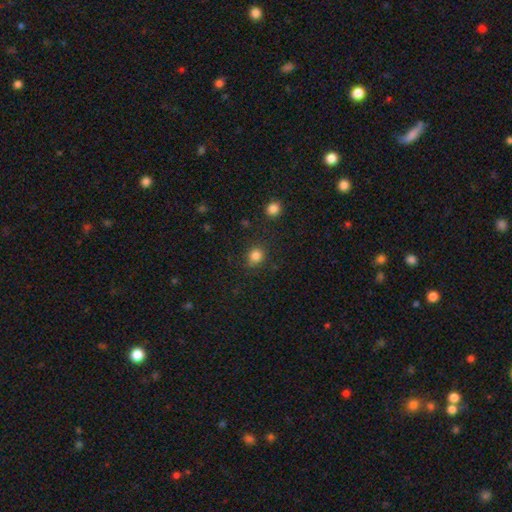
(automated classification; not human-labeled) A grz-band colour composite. It shows a smooth galaxy with no disk features (83%) that is round (80%). Merging: none (81%).